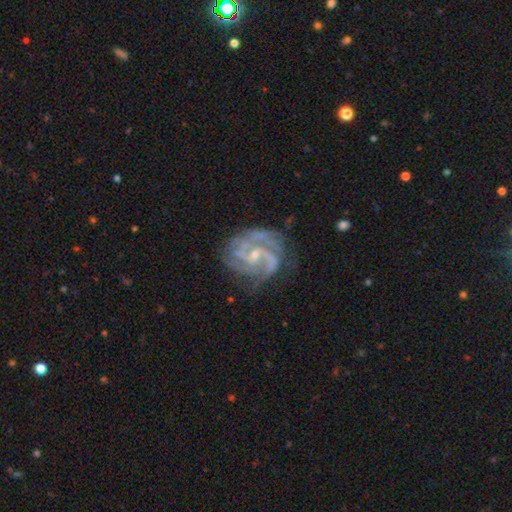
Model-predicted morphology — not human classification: type=featured or disk (84%); edge-on=no (98%); bar=no (42%, tied with weak); spiral arms=yes (97%); winding=tight (54%); arm count=3 (31%, tied with 2); bulge=small (67%); merging=none (75%).